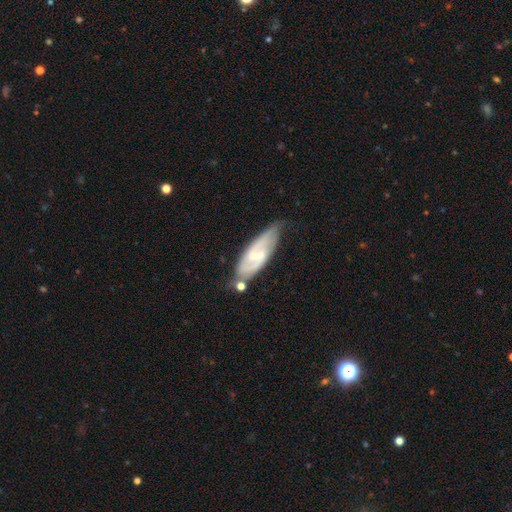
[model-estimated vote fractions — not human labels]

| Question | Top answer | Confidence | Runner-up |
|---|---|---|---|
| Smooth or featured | featured or disk | 63% | smooth (30%) |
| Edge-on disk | no | 82% | yes (18%) |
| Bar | weak | 49% | no (31%) |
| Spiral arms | yes | 84% | no (16%) |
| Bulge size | small | 51% | moderate (27%) |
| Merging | none | 54% | minor disturbance (29%) |